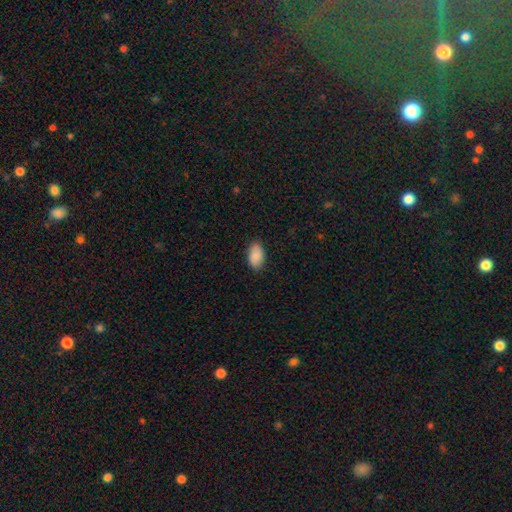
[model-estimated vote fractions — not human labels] The model was most divided on "merging": none: 86%, minor disturbance: 11%, major disturbance: 2%, merger: 1%. More confident: how rounded — in between (94%); smooth or featured — smooth (90%).